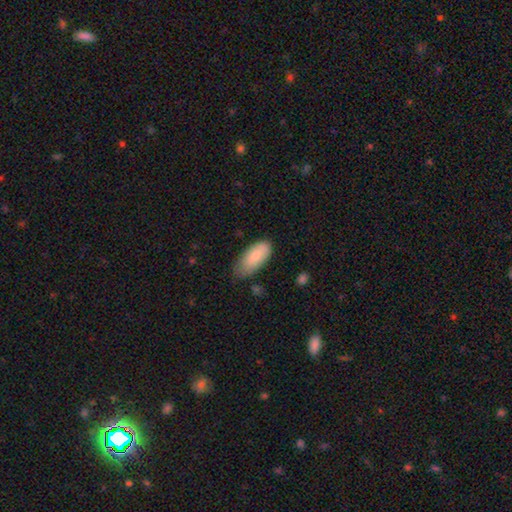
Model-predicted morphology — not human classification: The model was most divided on "merging": none: 60%, minor disturbance: 32%, major disturbance: 6%, merger: 2%. More confident: how rounded — in between (87%); smooth or featured — smooth (84%).